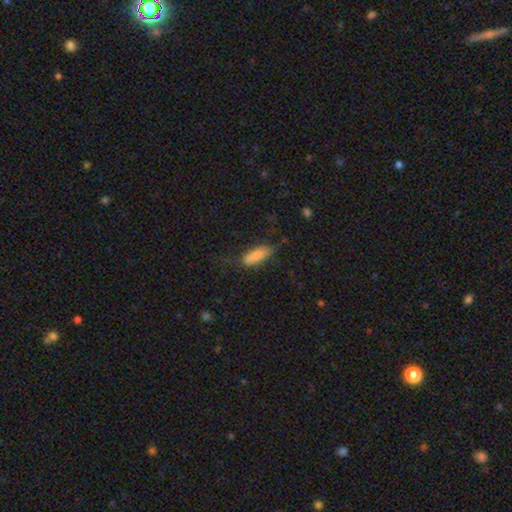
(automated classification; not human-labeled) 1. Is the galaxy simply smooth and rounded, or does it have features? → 79% smooth, 14% featured or disk, 8% star or artifact.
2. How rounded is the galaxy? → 67% in between, 31% cigar-shaped, 2% round.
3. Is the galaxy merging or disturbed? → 55% none, 29% minor disturbance, 14% major disturbance, 2% merger.